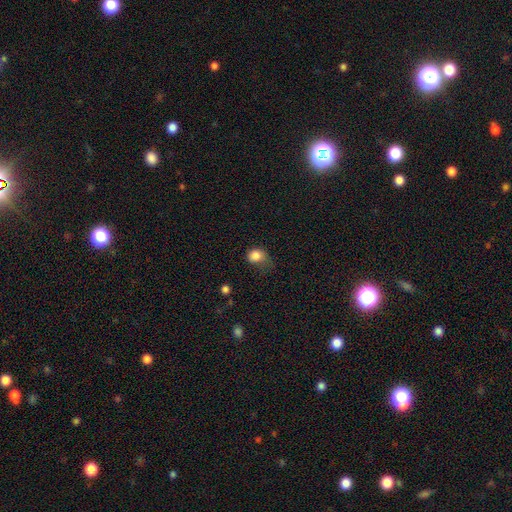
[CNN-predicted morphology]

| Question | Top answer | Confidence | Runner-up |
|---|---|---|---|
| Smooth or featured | smooth | 83% | star or artifact (10%) |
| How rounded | round | 59% | in between (40%) |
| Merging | minor disturbance | 37% | none (34%) |